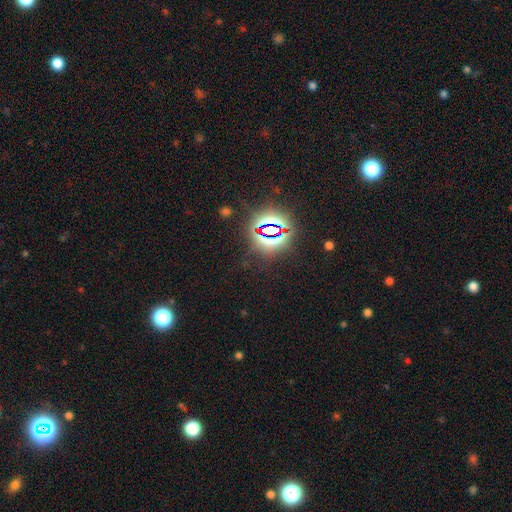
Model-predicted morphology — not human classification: Smooth or featured?
  - star or artifact: 83% *
  - smooth: 11%
  - featured or disk: 7%